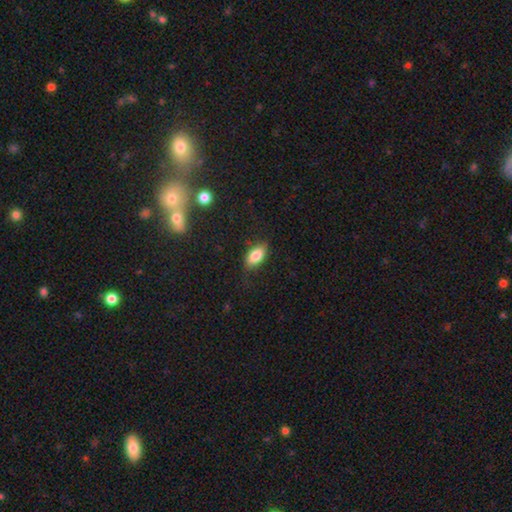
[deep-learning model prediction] Smooth or featured? smooth (81%)
How rounded? in between (90%)
Merging? none (77%)